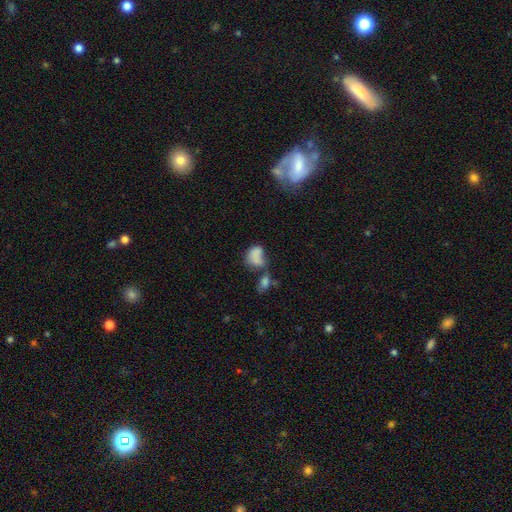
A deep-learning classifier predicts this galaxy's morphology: smooth_or_featured: smooth (p=0.75) [alt: featured or disk p=0.15]
how_rounded: in between (p=0.75) [alt: round p=0.23]
merging: merger (p=0.42) [alt: none p=0.21]